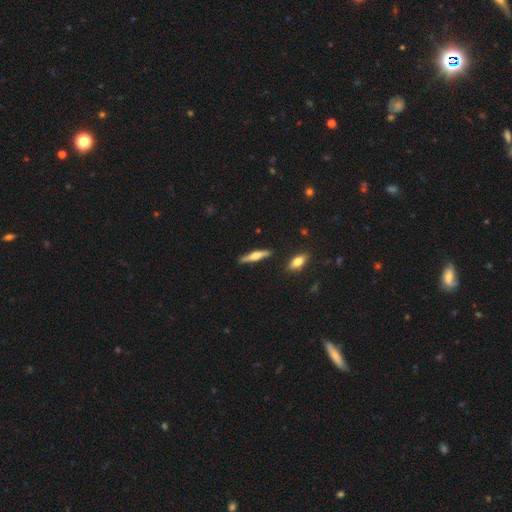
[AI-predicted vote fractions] A featured or disk galaxy (51%) viewed edge-on (95%). Merging: none (84%).